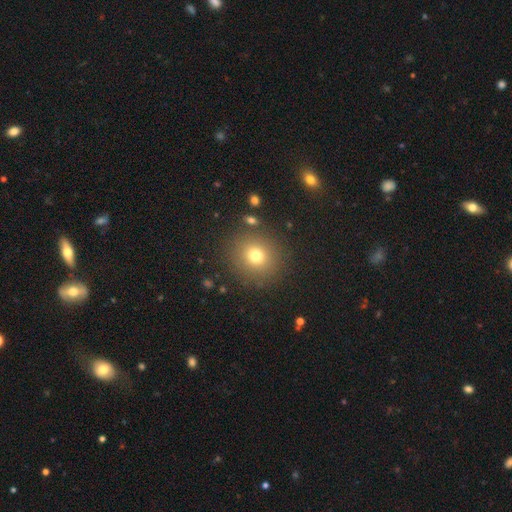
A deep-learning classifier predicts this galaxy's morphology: type=smooth (73%); roundness=round (88%); merging=none (86%).